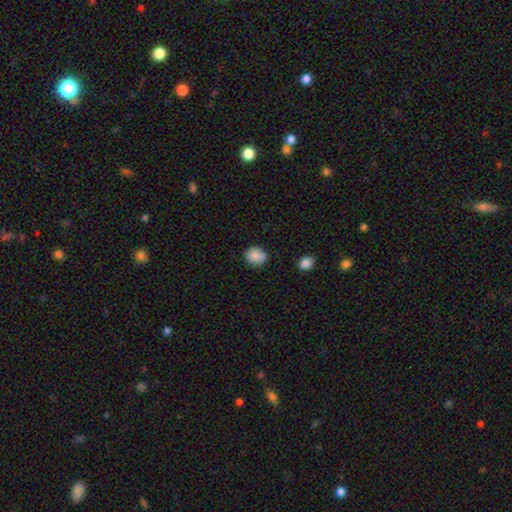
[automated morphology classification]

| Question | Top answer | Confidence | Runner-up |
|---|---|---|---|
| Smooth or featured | smooth | 87% | star or artifact (8%) |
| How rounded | round | 52% | in between (47%) |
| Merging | none | 76% | minor disturbance (18%) |